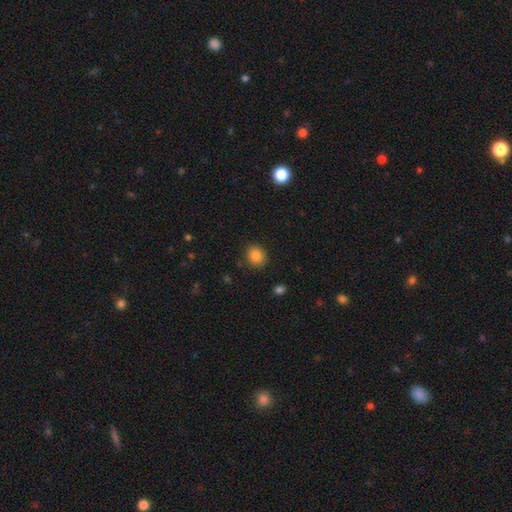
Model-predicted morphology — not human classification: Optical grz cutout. It shows a smooth galaxy with no disk features (85%) that is round (63%). Merging: none (86%).